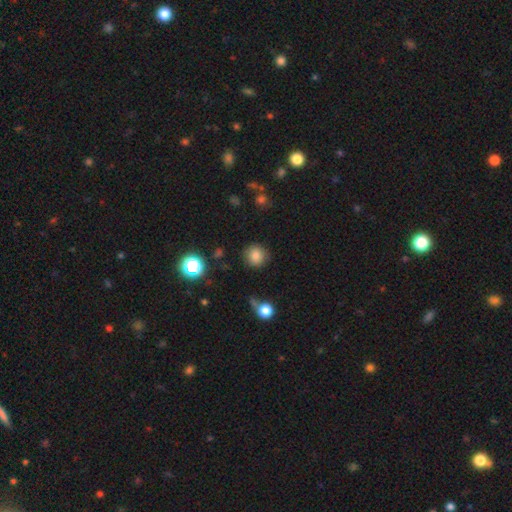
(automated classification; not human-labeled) Overall: smooth (82%). How rounded: round (90%). Merging: none (85%).